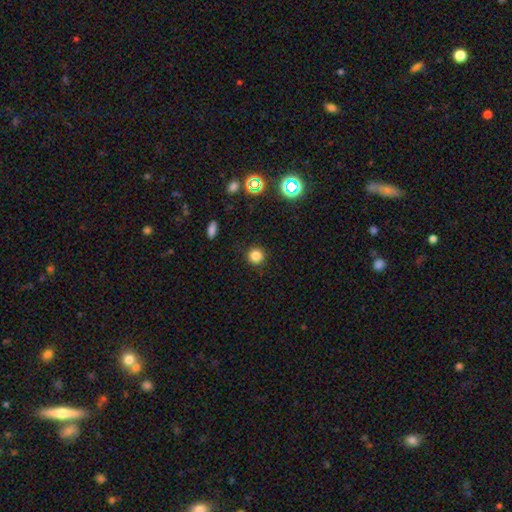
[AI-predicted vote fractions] The model was most divided on "smooth or featured": smooth: 83%, star or artifact: 13%, featured or disk: 4%. More confident: how rounded — round (95%); merging — none (91%).